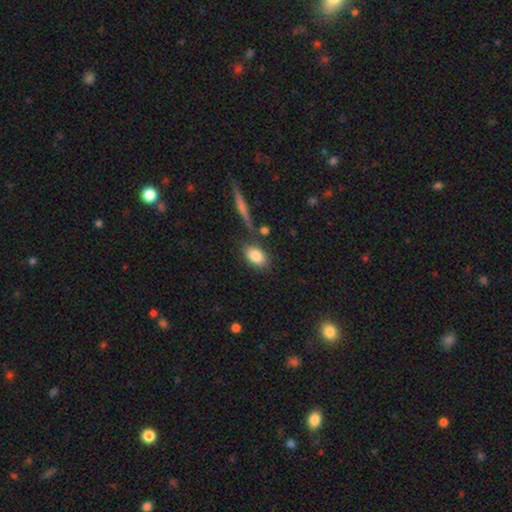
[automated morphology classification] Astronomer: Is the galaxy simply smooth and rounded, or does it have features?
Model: smooth — 83%.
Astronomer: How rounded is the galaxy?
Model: in between — 84%.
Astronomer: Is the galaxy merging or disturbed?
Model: none — 76%.